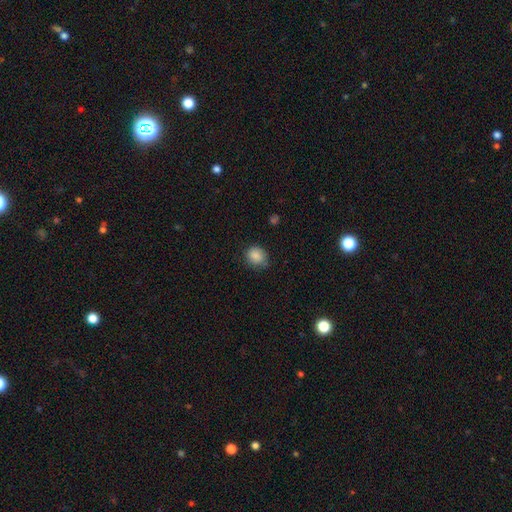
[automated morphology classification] smooth 86%, star or artifact 9%, featured or disk 5%. Down the decision tree: how rounded — round (70%); merging — none (74%).